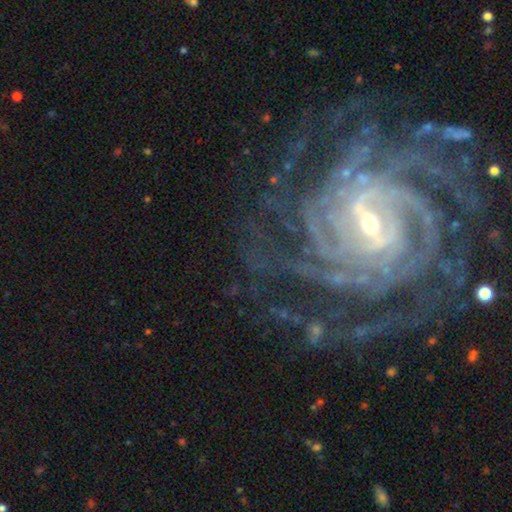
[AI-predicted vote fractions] A featured or disk galaxy (91%) with a weak bar (43%), more than 4 (28%) tight (74%) spiral arms (98%) and a small central bulge (64%). Merging: none (70%).